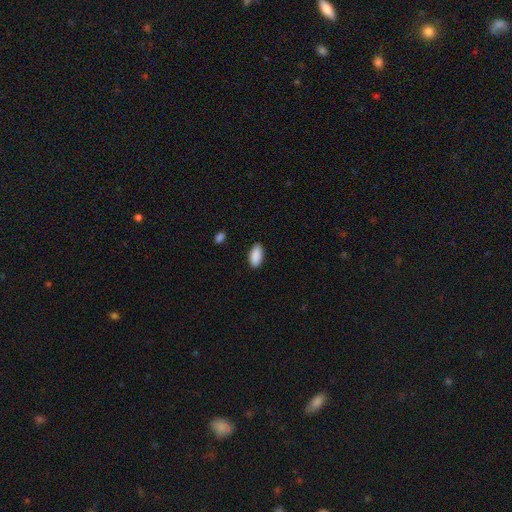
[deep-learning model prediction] This is clearly a smooth galaxy (91%). How rounded: clearly in between (94%). Merging: clearly none (88%).